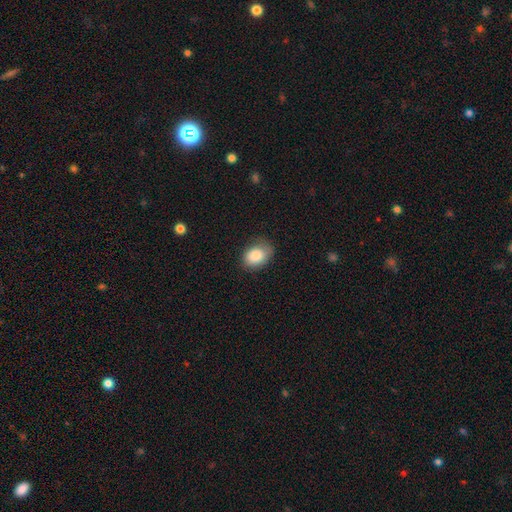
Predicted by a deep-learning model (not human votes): Smooth or featured: smooth — 87% (star or artifact — 7%)
How rounded: in between — 72% (round — 27%)
Merging: none — 70% (minor disturbance — 23%)